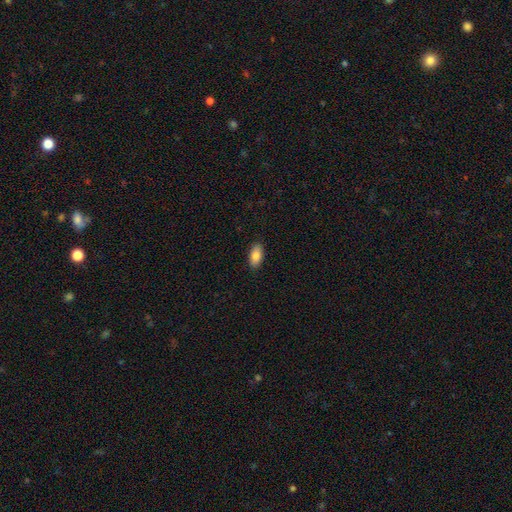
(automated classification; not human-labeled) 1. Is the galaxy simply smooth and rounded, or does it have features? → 84% smooth, 9% featured or disk, 7% star or artifact.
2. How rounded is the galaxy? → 91% in between, 6% cigar-shaped, 3% round.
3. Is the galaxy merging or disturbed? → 89% none, 8% minor disturbance, 2% major disturbance, 1% merger.